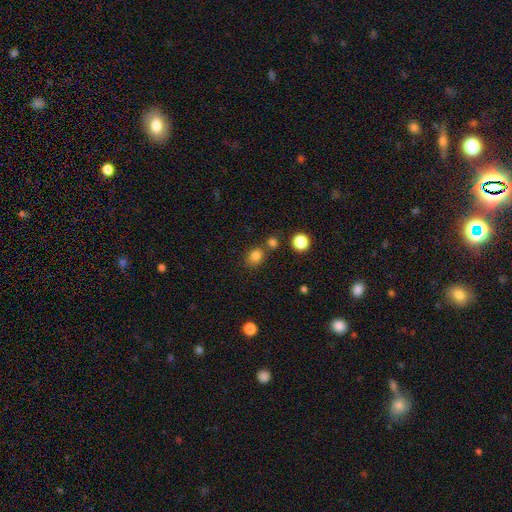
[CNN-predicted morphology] This is clearly a smooth galaxy (81%). How rounded: possibly round (56%). Merging: likely none (68%).